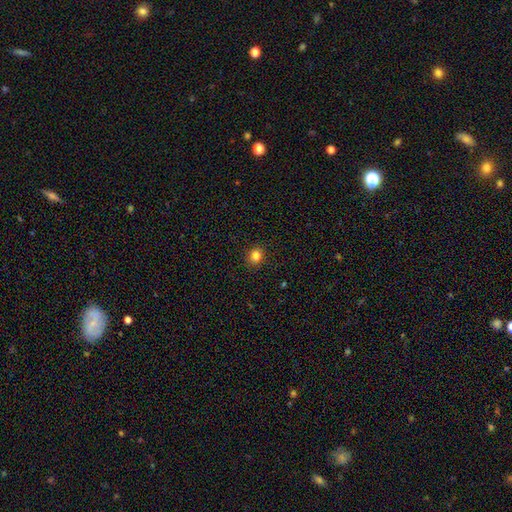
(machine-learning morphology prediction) Smooth or featured? Predicted: smooth (p=0.83). How rounded? Predicted: round (p=0.77). Merging? Predicted: none (p=0.91).